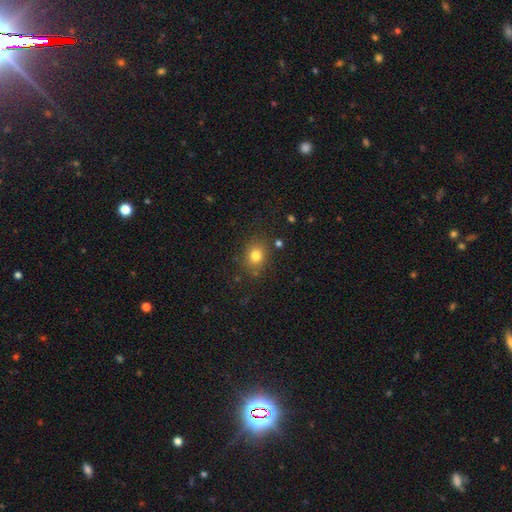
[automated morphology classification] smooth_or_featured: smooth (p=0.80) [alt: star or artifact p=0.13]
how_rounded: round (p=0.63) [alt: in between p=0.36]
merging: none (p=0.82) [alt: minor disturbance p=0.11]